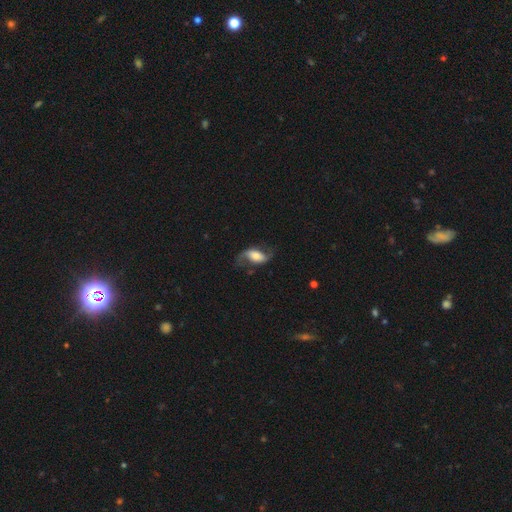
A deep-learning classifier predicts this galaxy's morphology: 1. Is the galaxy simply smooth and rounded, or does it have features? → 71% featured or disk, 22% smooth, 7% star or artifact.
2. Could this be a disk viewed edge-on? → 95% no, 5% yes.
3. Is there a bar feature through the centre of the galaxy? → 39% no, 37% weak, 24% strong.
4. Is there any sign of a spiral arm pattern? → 92% yes, 8% no.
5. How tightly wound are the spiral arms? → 76% loose, 19% medium, 5% tight.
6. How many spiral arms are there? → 90% 2, 4% 1, 3% can't tell, 1% 3, 1% 4, 1% more than 4.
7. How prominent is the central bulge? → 33% moderate, 31% large, 19% small, 10% dominant, 7% none.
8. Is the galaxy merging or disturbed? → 64% none, 18% minor disturbance, 16% major disturbance, 2% merger.